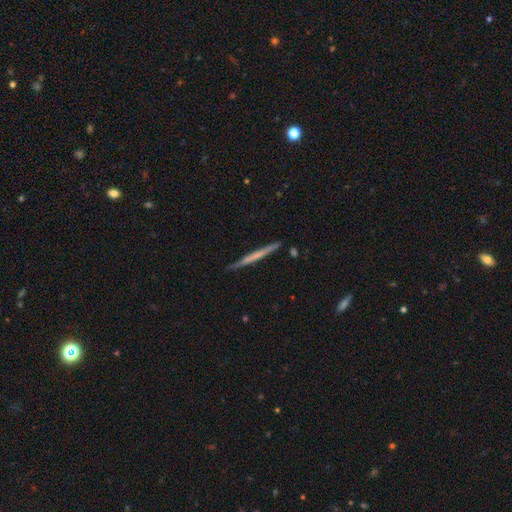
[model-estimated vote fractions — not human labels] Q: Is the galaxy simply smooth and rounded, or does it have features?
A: featured or disk — 52%.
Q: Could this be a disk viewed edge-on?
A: yes — 97%.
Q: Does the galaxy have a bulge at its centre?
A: none — 83%.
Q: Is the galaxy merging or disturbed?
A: none — 89%.